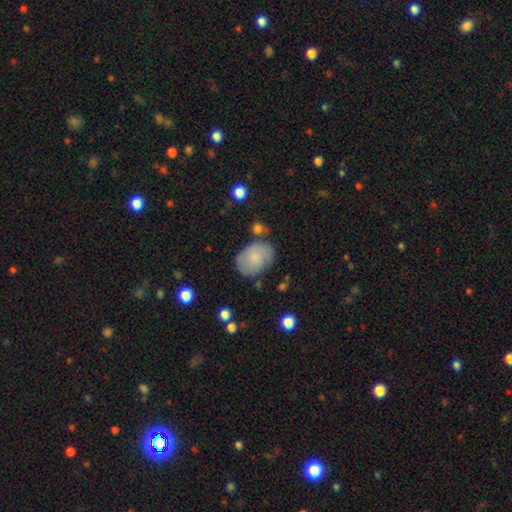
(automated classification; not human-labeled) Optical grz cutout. It shows a smooth galaxy with no disk features (69%) that is in between round and cigar-shaped (65%). Merging: none (63%).